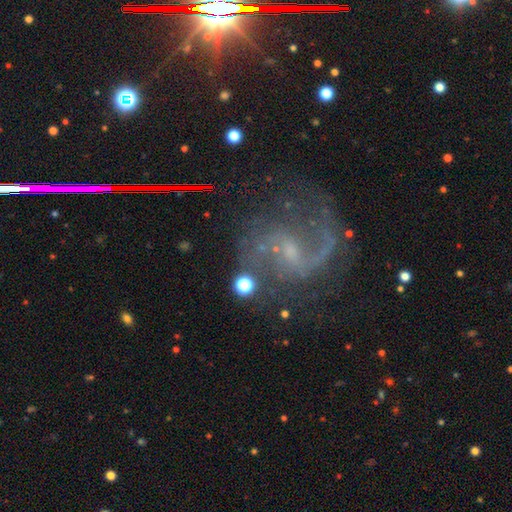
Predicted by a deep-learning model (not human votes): Smooth or featured?
  - featured or disk: 84% *
  - star or artifact: 10%
  - smooth: 6%
Edge-on disk?
  - no: 98% *
  - yes: 2%
Bar?
  - weak: 53% *
  - no: 30%
  - strong: 16%
Spiral arms?
  - yes: 95% *
  - no: 5%
Spiral winding?
  - loose: 50% *
  - medium: 41%
  - tight: 9%
Spiral arm count?
  - 2: 81% *
  - 1: 9%
  - can't tell: 5%
  - 3: 2%
  - 4: 2%
  - more than 4: 2%
Bulge size?
  - small: 60% *
  - none: 22%
  - moderate: 15%
  - large: 1%
  - dominant: 1%
Merging?
  - none: 59% *
  - major disturbance: 18%
  - minor disturbance: 18%
  - merger: 5%